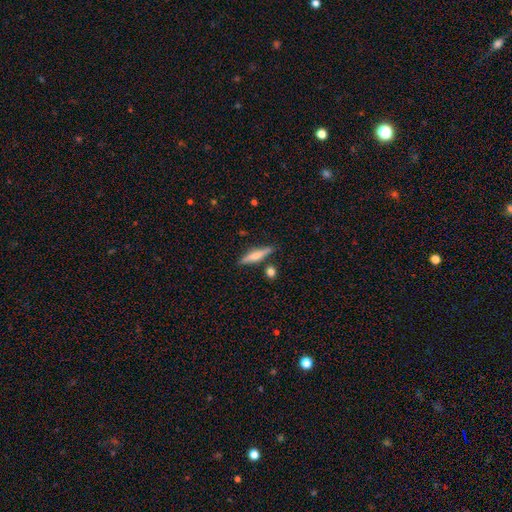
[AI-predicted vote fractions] Morphology: type=smooth (56%); roundness=cigar-shaped (82%); merging=none (80%).